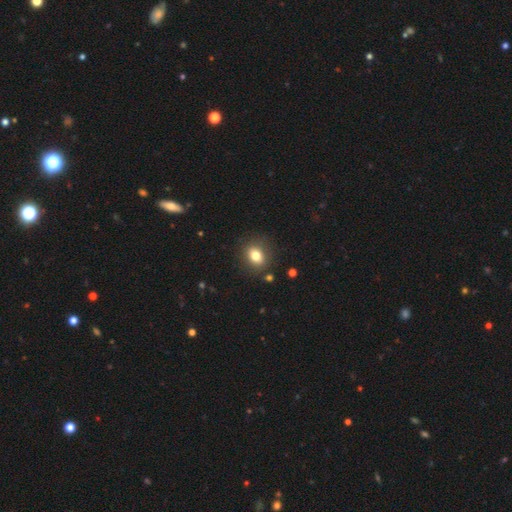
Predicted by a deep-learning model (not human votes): The model was most divided on "how rounded": in between: 51%, round: 47%, cigar-shaped: 1%. More confident: merging — none (85%); smooth or featured — smooth (81%).